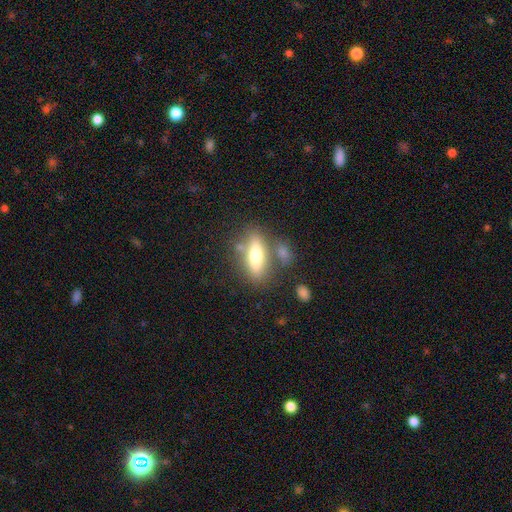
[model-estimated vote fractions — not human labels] The model was most divided on "how rounded": in between: 56%, cigar-shaped: 41%, round: 3%. More confident: merging — none (67%); smooth or featured — smooth (60%).